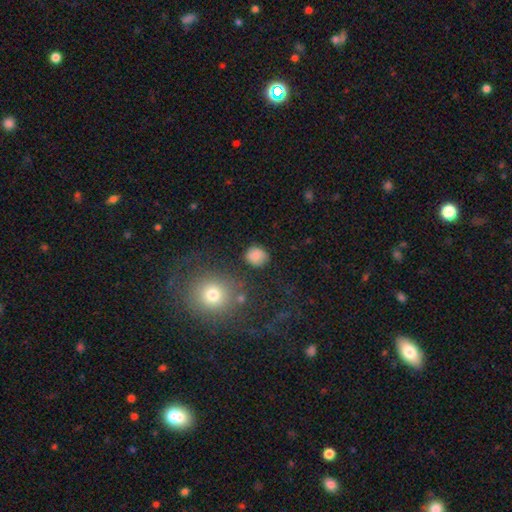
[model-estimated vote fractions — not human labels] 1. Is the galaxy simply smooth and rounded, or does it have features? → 82% smooth, 12% star or artifact, 6% featured or disk.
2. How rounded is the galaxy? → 74% round, 25% in between, 1% cigar-shaped.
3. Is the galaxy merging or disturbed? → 79% none, 14% minor disturbance, 5% major disturbance, 3% merger.